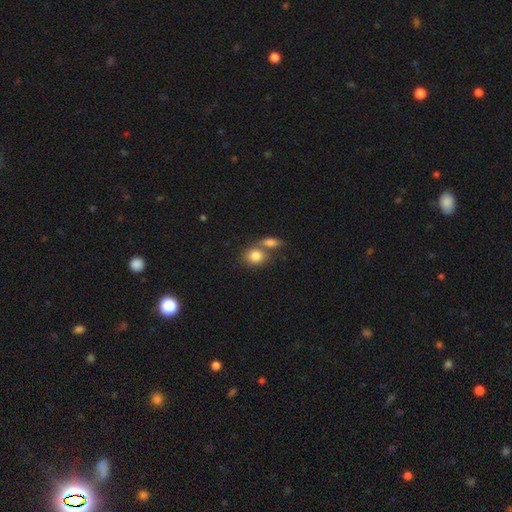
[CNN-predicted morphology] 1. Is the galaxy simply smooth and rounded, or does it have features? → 84% smooth, 8% featured or disk, 8% star or artifact.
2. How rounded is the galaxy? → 54% round, 44% in between, 2% cigar-shaped.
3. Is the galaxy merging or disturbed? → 46% merger, 40% none, 9% minor disturbance, 4% major disturbance.